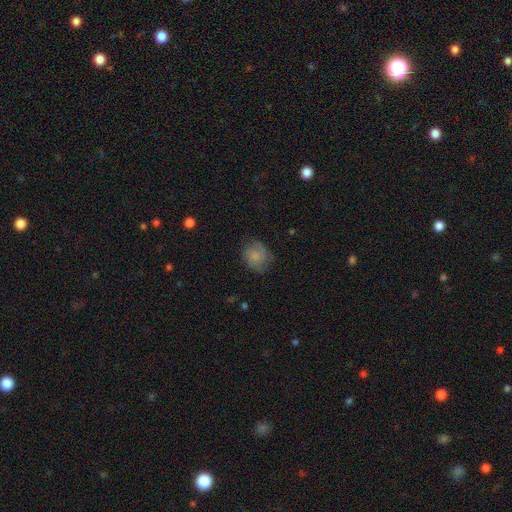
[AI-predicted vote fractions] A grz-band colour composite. It shows a smooth galaxy with no disk features (63%) that is round (66%). Merging: none (66%).